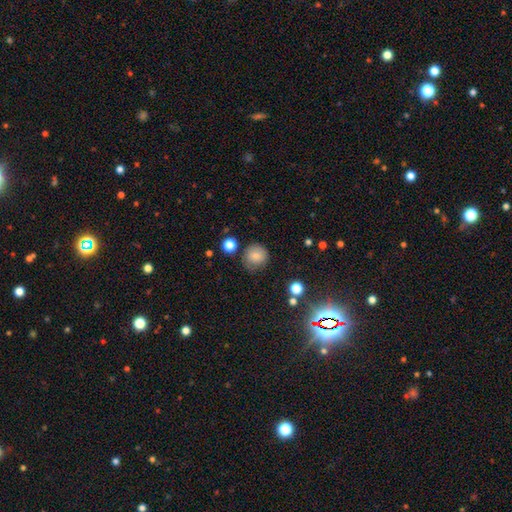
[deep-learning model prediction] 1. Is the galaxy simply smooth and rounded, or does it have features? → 80% smooth, 11% star or artifact, 9% featured or disk.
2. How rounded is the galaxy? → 89% round, 10% in between, 1% cigar-shaped.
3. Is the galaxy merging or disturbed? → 76% none, 16% minor disturbance, 4% major disturbance, 3% merger.